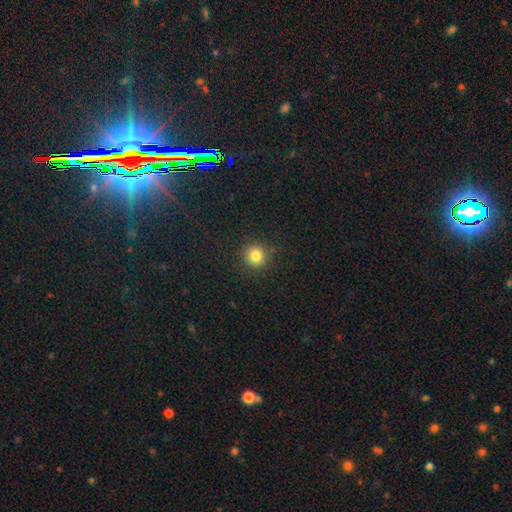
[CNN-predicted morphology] Smooth or featured: smooth — 82% (star or artifact — 12%)
How rounded: round — 92% (in between — 7%)
Merging: none — 89% (minor disturbance — 7%)